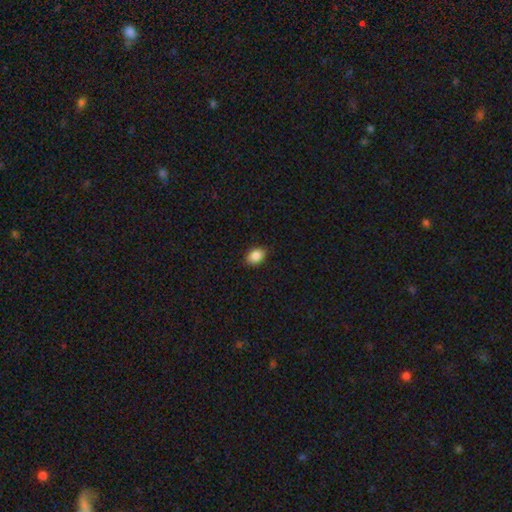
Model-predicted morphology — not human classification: Overall: smooth (87%). How rounded: in between (76%). Merging: none (86%).